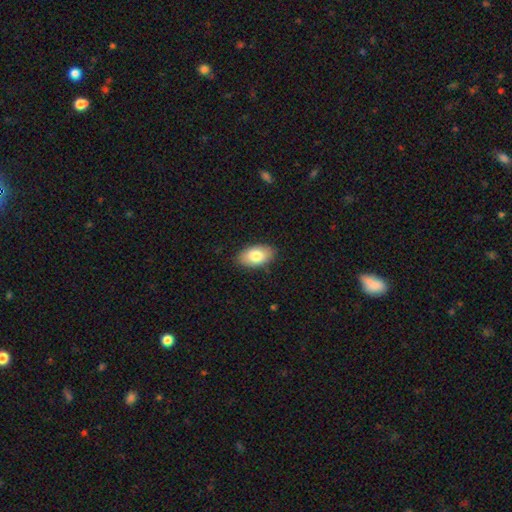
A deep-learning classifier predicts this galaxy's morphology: Smooth or featured? smooth (82%)
How rounded? in between (94%)
Merging? none (87%)